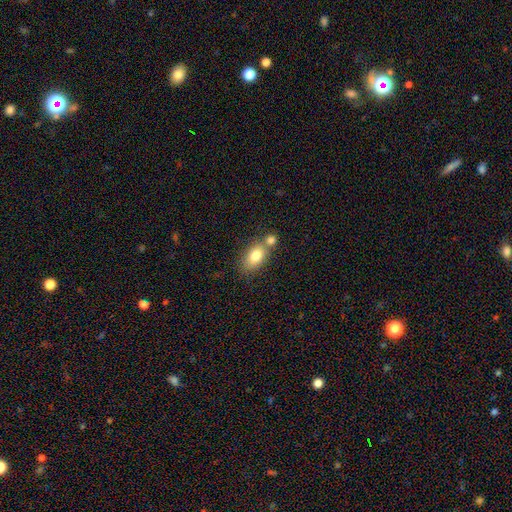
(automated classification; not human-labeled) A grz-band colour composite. It shows a smooth galaxy with no disk features (78%) that is in between round and cigar-shaped (84%). Merging: none (48%).